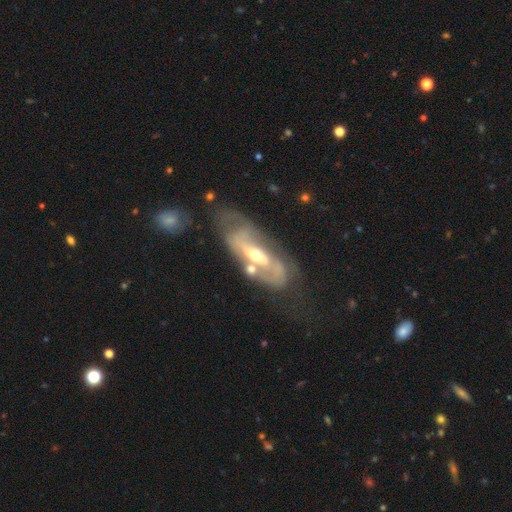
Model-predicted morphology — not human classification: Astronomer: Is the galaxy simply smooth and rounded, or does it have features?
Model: featured or disk — 80%.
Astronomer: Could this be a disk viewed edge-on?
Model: no — 88%.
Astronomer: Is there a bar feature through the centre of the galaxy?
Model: no — 34%, tied with strong at 34%.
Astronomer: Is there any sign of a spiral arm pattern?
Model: yes — 75%.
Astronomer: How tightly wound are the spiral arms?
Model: tight — 40% (runner-up: medium, 38%).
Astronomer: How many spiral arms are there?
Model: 2 — 62%.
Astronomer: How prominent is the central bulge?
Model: moderate — 58% (runner-up: small, 36%).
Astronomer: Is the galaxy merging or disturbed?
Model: none — 52%.